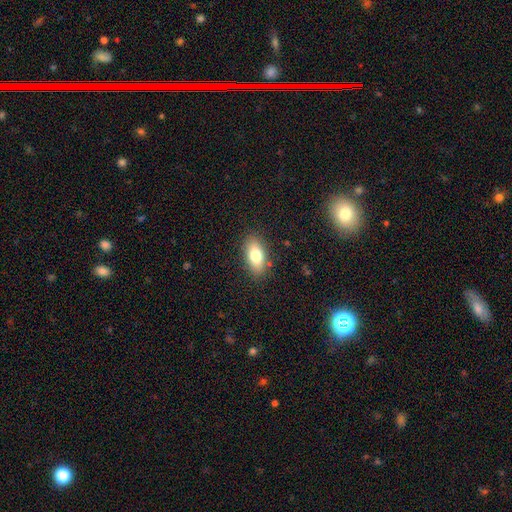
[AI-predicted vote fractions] smooth_or_featured: smooth (p=0.77) [alt: featured or disk p=0.15]
how_rounded: in between (p=0.87) [alt: cigar-shaped p=0.08]
merging: none (p=0.86) [alt: minor disturbance p=0.10]